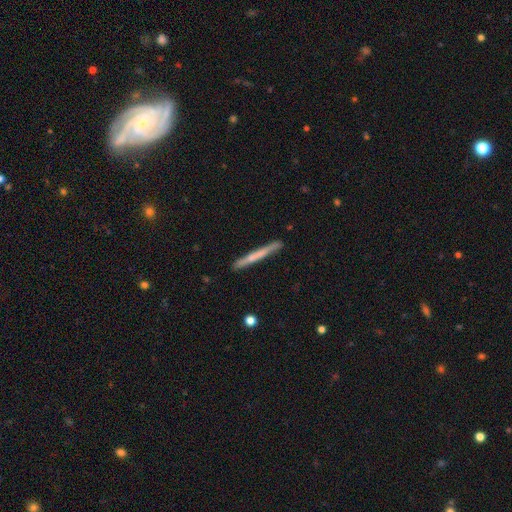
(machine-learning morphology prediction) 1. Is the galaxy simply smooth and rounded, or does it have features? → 52% smooth, 42% featured or disk, 6% star or artifact.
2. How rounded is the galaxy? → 97% cigar-shaped, 2% in between, 1% round.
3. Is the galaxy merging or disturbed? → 88% none, 9% minor disturbance, 2% major disturbance, 2% merger.